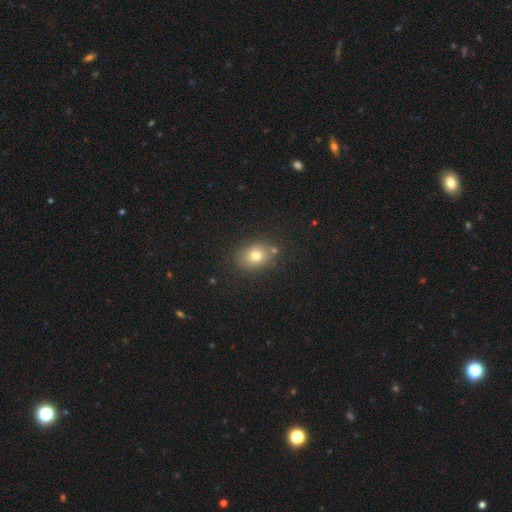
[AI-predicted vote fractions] Smooth or featured? Predicted: smooth (p=0.76). How rounded? Predicted: in between (p=0.51). Merging? Predicted: none (p=0.79).